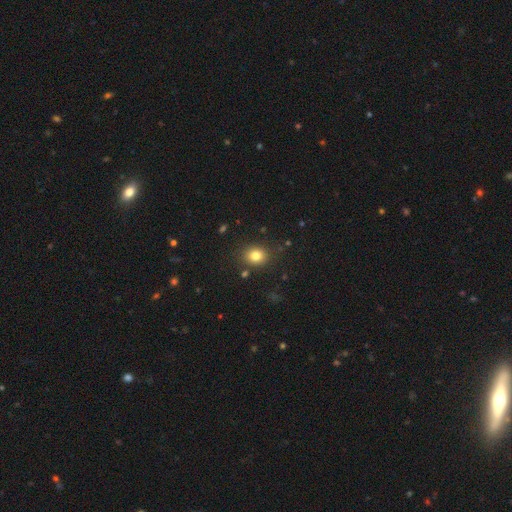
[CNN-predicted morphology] The model was most divided on "how rounded": round: 59%, in between: 40%, cigar-shaped: 1%. More confident: merging — none (84%); smooth or featured — smooth (81%).